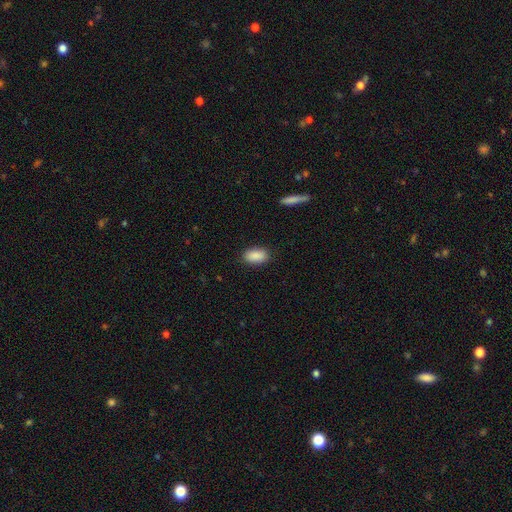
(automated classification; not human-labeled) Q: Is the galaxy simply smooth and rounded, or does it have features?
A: smooth — 90%.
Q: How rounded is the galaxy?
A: in between — 92%.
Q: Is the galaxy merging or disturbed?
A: none — 87%.